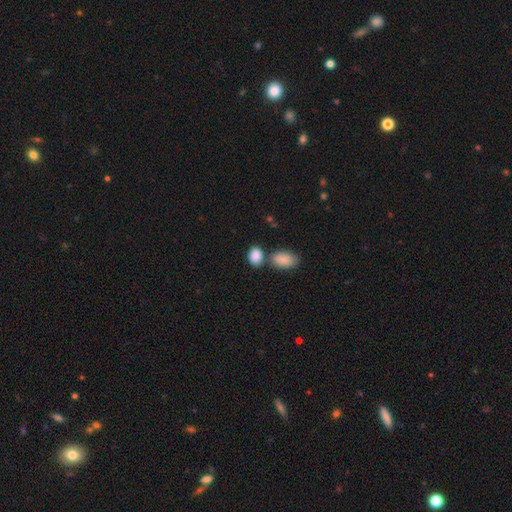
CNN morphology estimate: Q: Smooth or featured?
A: smooth (88%); runner-up: star or artifact (7%)
Q: How rounded?
A: in between (78%); runner-up: round (20%)
Q: Merging?
A: none (53%); runner-up: merger (32%)